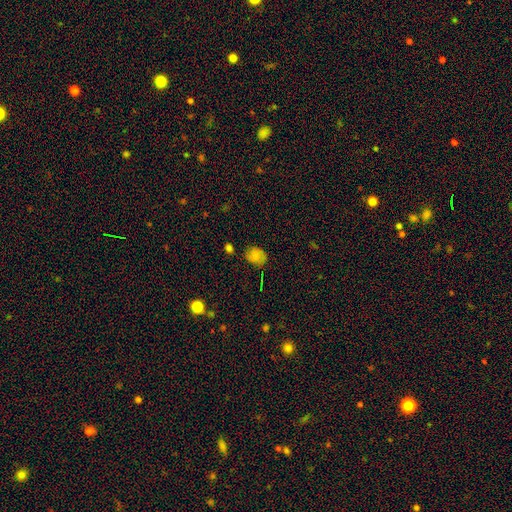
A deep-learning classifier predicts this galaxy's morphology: smooth-or-featured: smooth: 72% | featured or disk: 15% | star or artifact: 14%
  how-rounded: round: 50% | in between: 49% | cigar-shaped: 1%
  merging: none: 70% | minor disturbance: 22% | major disturbance: 5% | merger: 3%